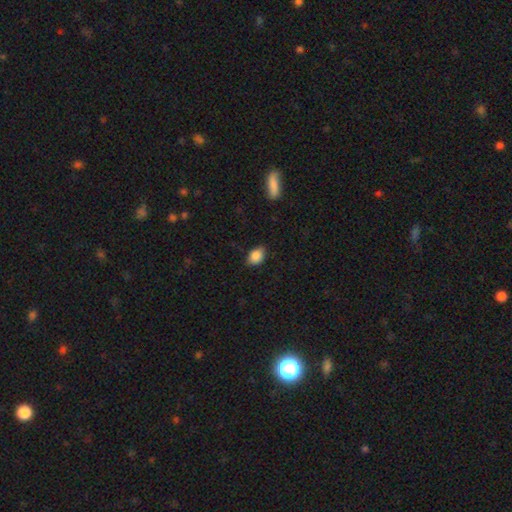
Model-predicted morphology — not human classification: This appears to be a smooth galaxy with no disk features (87%) that is in between round and cigar-shaped (77%). Merging: none (78%).